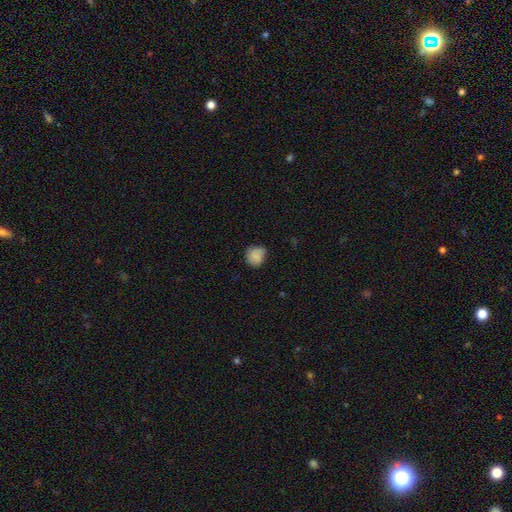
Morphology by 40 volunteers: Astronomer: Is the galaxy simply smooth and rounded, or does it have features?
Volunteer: smooth — 80%.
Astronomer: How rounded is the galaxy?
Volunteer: round — 53% (runner-up: in between, 47%).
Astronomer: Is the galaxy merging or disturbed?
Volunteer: minor disturbance — 42% (runner-up: none, 37%).